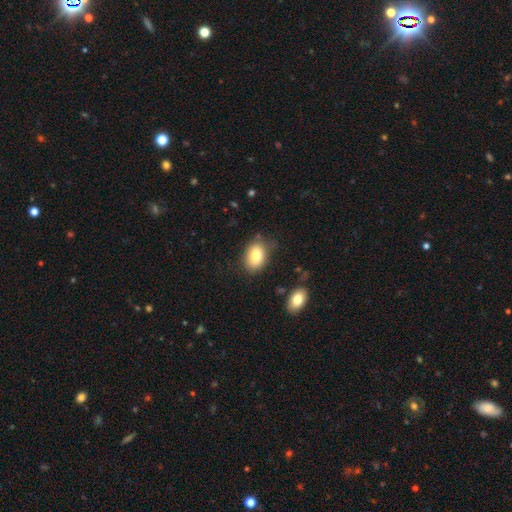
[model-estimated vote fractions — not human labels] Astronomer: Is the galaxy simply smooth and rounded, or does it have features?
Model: smooth — 79%.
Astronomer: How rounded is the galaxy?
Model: in between — 79%.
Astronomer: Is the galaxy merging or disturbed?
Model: none — 77%.